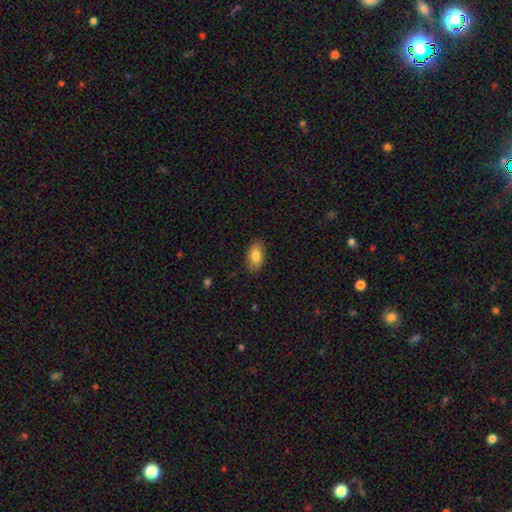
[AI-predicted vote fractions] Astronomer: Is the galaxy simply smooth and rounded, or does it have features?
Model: smooth — 83%.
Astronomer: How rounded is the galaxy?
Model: in between — 92%.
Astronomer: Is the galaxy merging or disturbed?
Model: none — 84%.